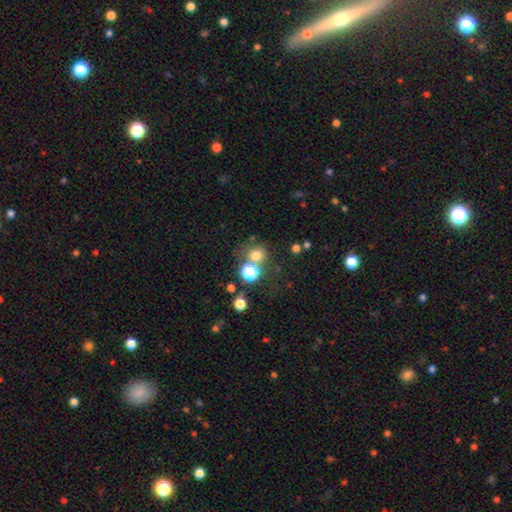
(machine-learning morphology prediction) This is likely a smooth galaxy (71%). How rounded: clearly round (83%). Merging: likely none (64%).